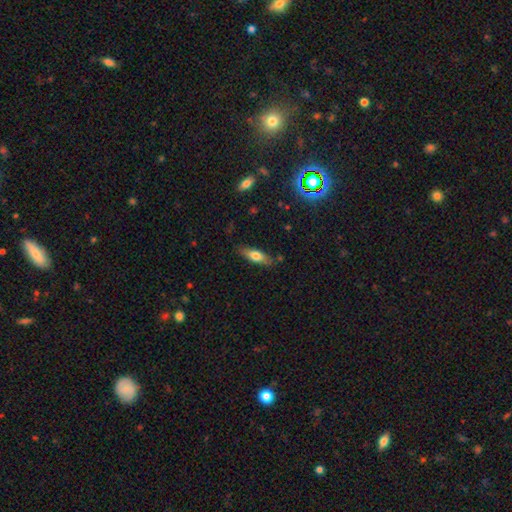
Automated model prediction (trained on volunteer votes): Overall: smooth (65%; featured or disk 28%). How rounded: in between (53%; cigar-shaped 45%). Merging: none (81%).